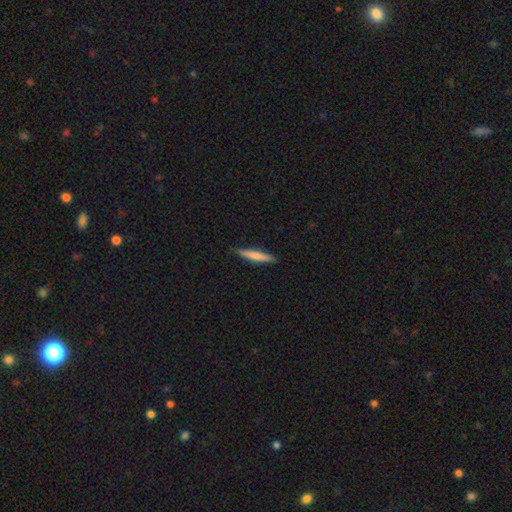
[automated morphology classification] This is likely a smooth galaxy (66%). How rounded: clearly cigar-shaped (93%). Merging: clearly none (89%).